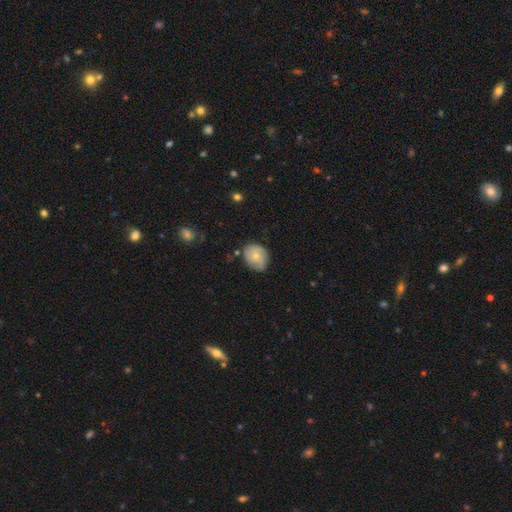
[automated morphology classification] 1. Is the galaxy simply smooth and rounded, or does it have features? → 61% smooth, 32% featured or disk, 8% star or artifact.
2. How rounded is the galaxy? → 52% round, 47% in between, 1% cigar-shaped.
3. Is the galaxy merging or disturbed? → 59% none, 32% minor disturbance, 7% major disturbance, 2% merger.